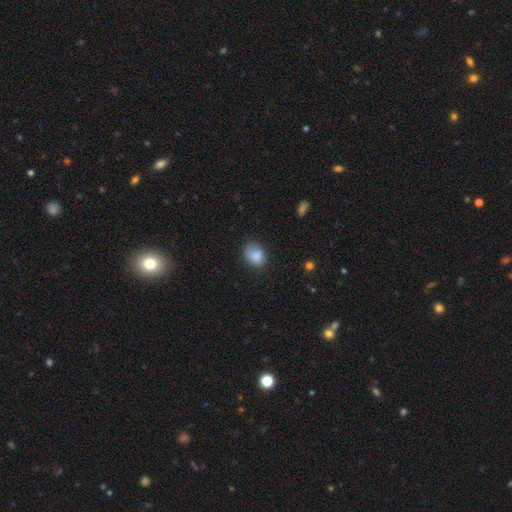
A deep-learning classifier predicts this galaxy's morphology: Smooth or featured?
  - smooth: 84% *
  - star or artifact: 9%
  - featured or disk: 7%
How rounded?
  - in between: 65% *
  - round: 34%
  - cigar-shaped: 1%
Merging?
  - none: 63% *
  - minor disturbance: 27%
  - major disturbance: 8%
  - merger: 2%